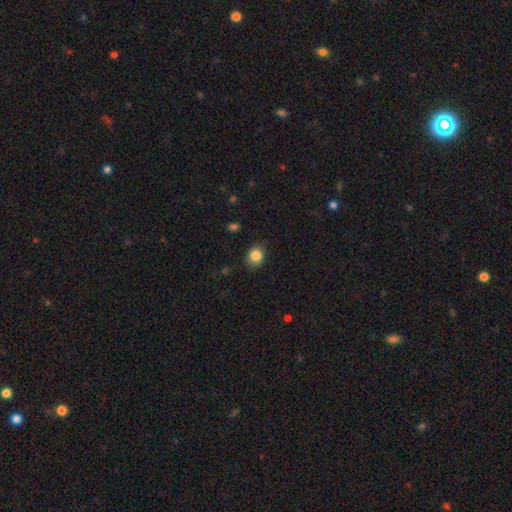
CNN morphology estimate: A smooth galaxy with no disk features (85%) that is round (60%).

Vote fractions:
- Smooth or featured? smooth: 85% / star or artifact: 10% / featured or disk: 6%
- How rounded? round: 60% / in between: 40% / cigar-shaped: 1%
- Merging? none: 75% / minor disturbance: 20% / major disturbance: 4% / merger: 1%